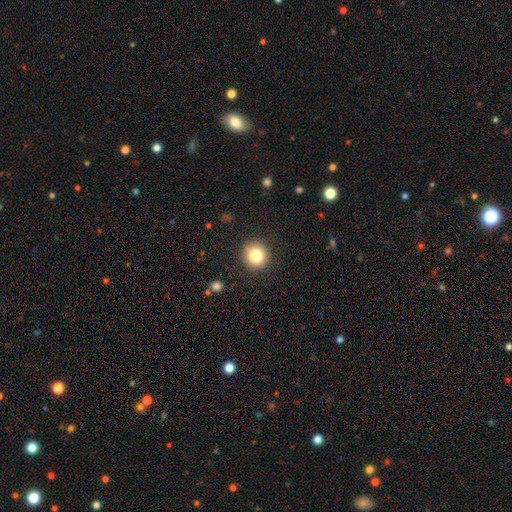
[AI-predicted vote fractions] This appears to be a smooth galaxy with no disk features (82%) that is round (92%). Merging: none (90%).